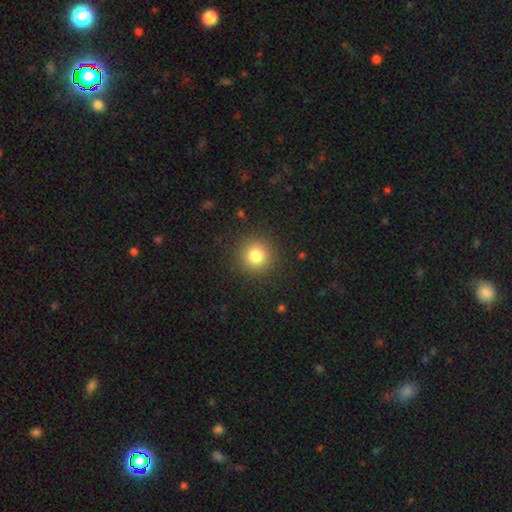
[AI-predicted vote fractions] This appears to be a smooth galaxy with no disk features (81%) that is round (93%). Merging: none (90%).